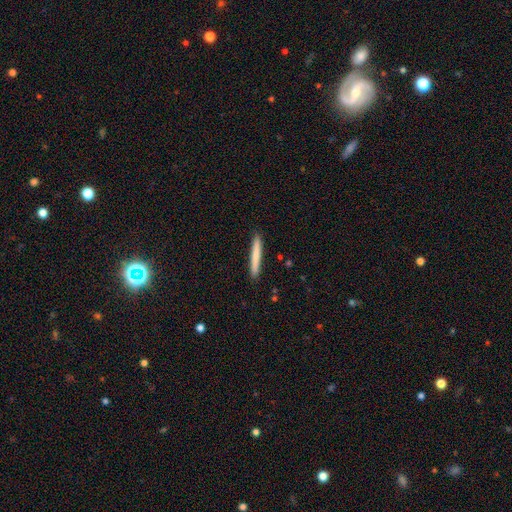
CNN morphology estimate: Q: Smooth or featured?
A: smooth (75%); runner-up: featured or disk (20%)
Q: How rounded?
A: cigar-shaped (96%); runner-up: in between (3%)
Q: Merging?
A: none (91%); runner-up: minor disturbance (6%)